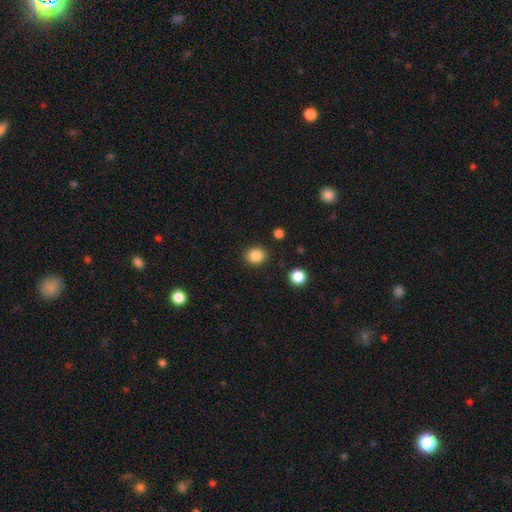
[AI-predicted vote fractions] Smooth or featured?
  - smooth: 85% *
  - star or artifact: 10%
  - featured or disk: 5%
How rounded?
  - round: 73% *
  - in between: 26%
  - cigar-shaped: 1%
Merging?
  - none: 88% *
  - minor disturbance: 7%
  - major disturbance: 2%
  - merger: 2%